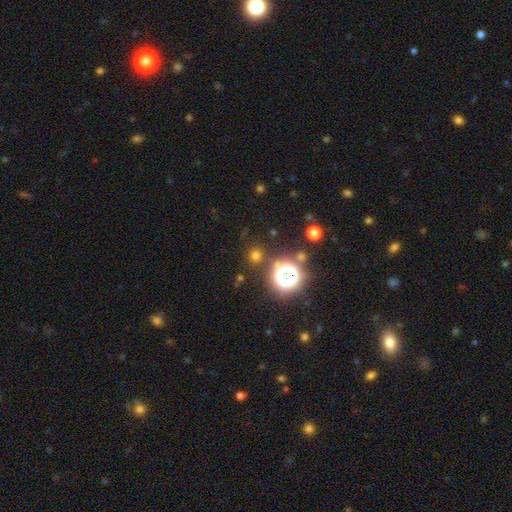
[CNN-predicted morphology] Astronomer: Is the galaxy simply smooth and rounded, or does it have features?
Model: smooth — 61%.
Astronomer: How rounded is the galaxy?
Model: round — 90%.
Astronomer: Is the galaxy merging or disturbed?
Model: none — 85%.